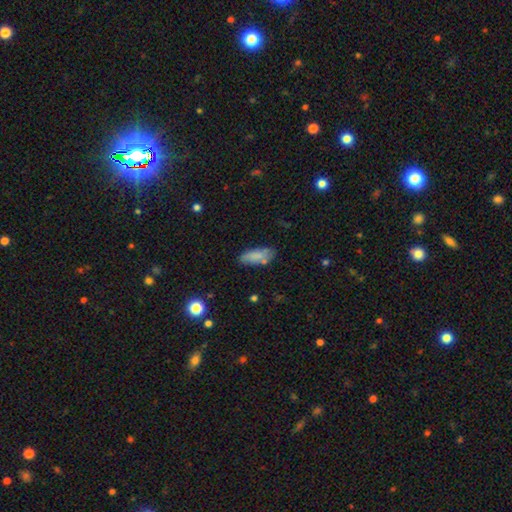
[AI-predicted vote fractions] Smooth or featured? smooth (81%)
How rounded? in between (79%)
Merging? none (72%)